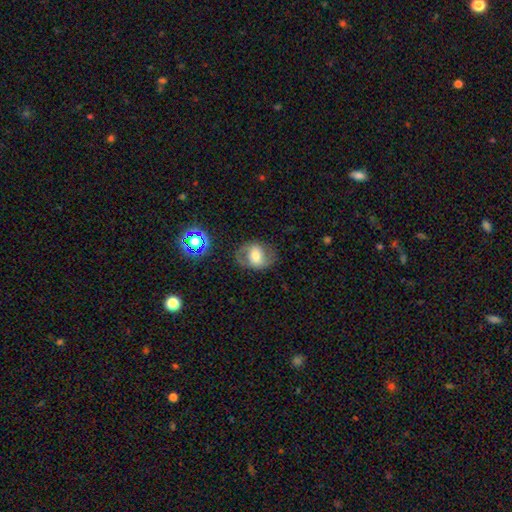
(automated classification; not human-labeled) smooth-or-featured: smooth: 46% | featured or disk: 43% | star or artifact: 11%
  merging: none: 72% | minor disturbance: 16% | major disturbance: 10% | merger: 2%